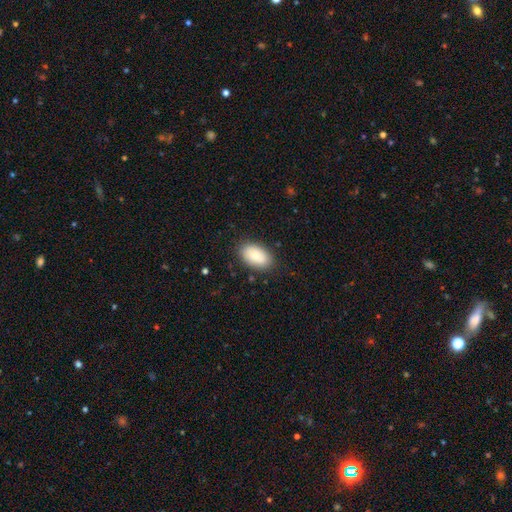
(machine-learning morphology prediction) Smooth or featured? smooth (86%)
How rounded? in between (94%)
Merging? none (85%)